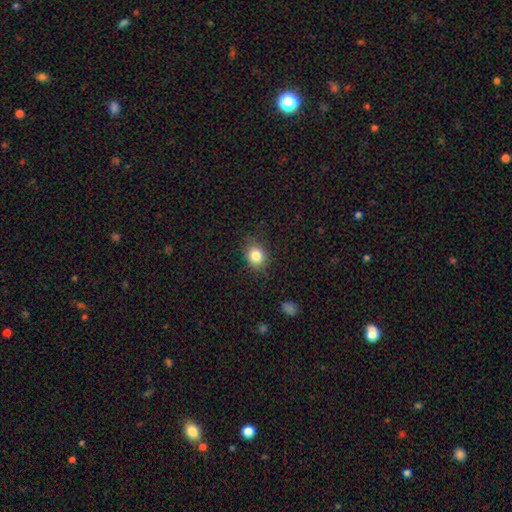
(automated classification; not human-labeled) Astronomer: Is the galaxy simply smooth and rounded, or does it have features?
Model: smooth — 82%.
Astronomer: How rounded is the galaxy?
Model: round — 65%.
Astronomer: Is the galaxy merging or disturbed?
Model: none — 80%.